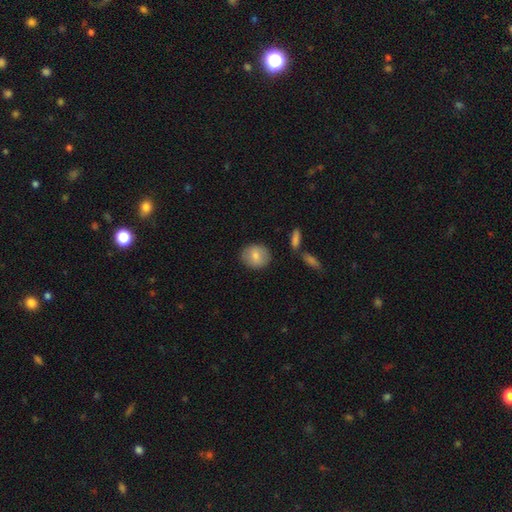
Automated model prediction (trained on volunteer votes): A smooth galaxy with no disk features (77%) that is round (75%).

Vote fractions:
- Smooth or featured? smooth: 77% / featured or disk: 16% / star or artifact: 7%
- How rounded? round: 75% / in between: 24% / cigar-shaped: 1%
- Merging? none: 84% / minor disturbance: 10% / merger: 3% / major disturbance: 3%